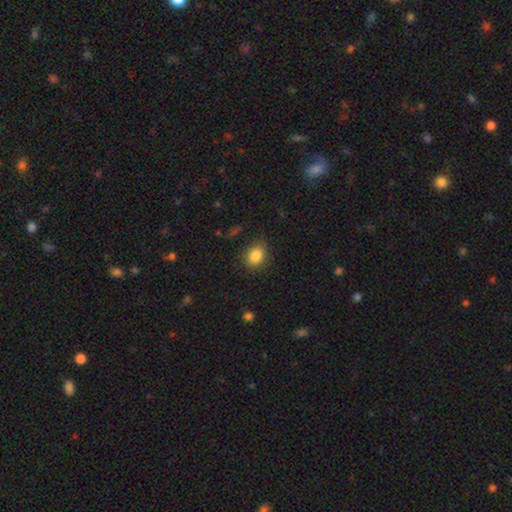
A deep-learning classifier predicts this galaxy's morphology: type=smooth (86%); roundness=in between (58%); merging=none (82%).